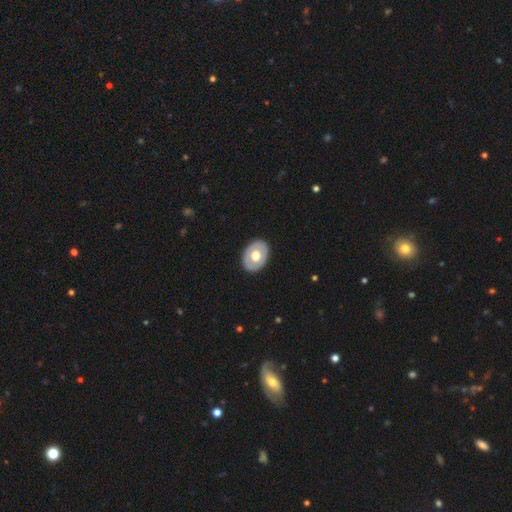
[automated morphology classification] Smooth or featured?
  - smooth: 53% *
  - featured or disk: 42%
  - star or artifact: 5%
How rounded?
  - in between: 71% *
  - round: 28%
  - cigar-shaped: 1%
Merging?
  - none: 88% *
  - minor disturbance: 9%
  - major disturbance: 2%
  - merger: 1%